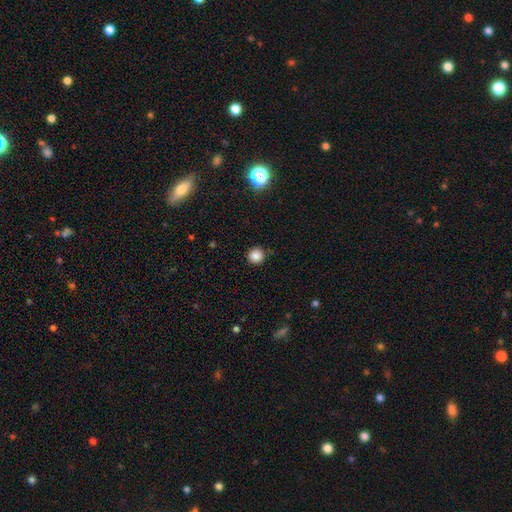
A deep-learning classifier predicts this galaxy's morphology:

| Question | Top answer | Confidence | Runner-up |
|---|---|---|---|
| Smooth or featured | smooth | 84% | star or artifact (12%) |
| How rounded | round | 95% | in between (4%) |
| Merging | none | 88% | minor disturbance (8%) |